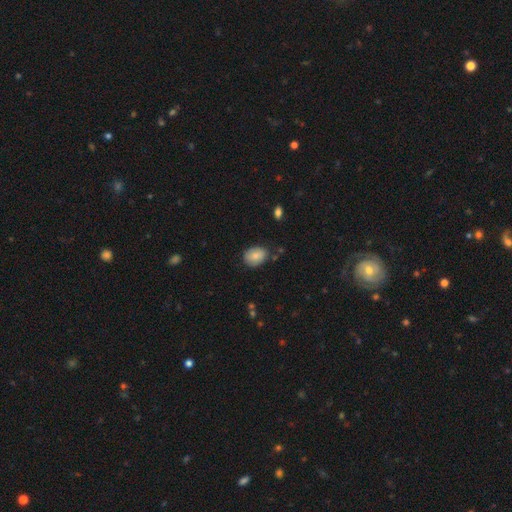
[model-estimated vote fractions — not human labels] smooth 82%, featured or disk 11%, star or artifact 7%. Down the decision tree: how rounded — in between (74%); merging — none (76%).